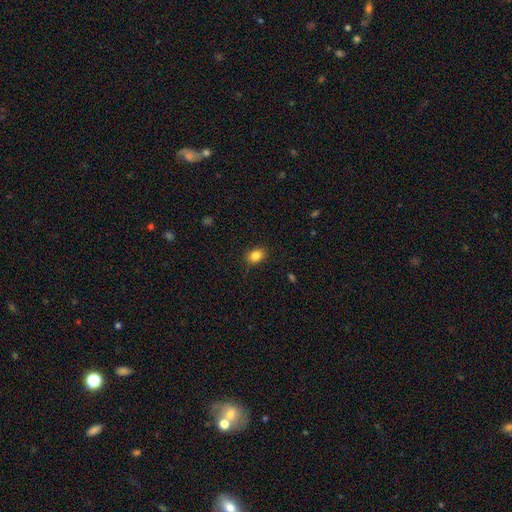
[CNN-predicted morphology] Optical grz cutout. It shows a smooth galaxy with no disk features (85%) that is in between round and cigar-shaped (63%). Merging: none (87%).